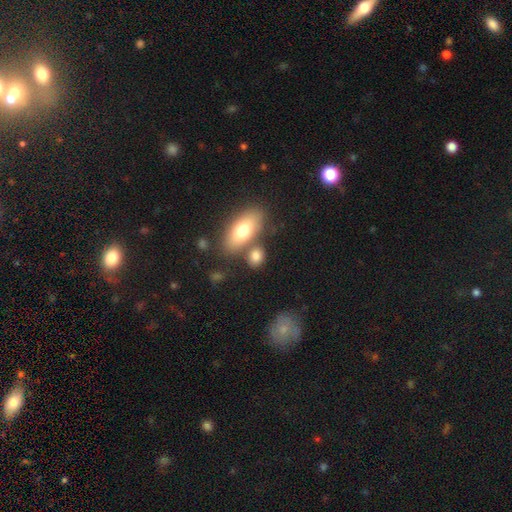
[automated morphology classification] A smooth galaxy with no disk features (80%) that is in between round and cigar-shaped (64%).

Vote fractions:
- Smooth or featured? smooth: 80% / featured or disk: 12% / star or artifact: 8%
- How rounded? in between: 64% / round: 31% / cigar-shaped: 6%
- Merging? none: 62% / merger: 21% / minor disturbance: 12% / major disturbance: 5%